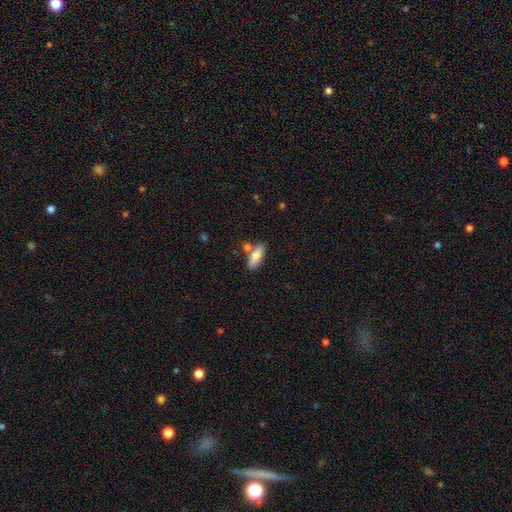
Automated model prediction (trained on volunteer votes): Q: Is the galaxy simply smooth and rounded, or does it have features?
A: smooth — 80%.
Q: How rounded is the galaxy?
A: in between — 69%.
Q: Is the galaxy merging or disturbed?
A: none — 68%.